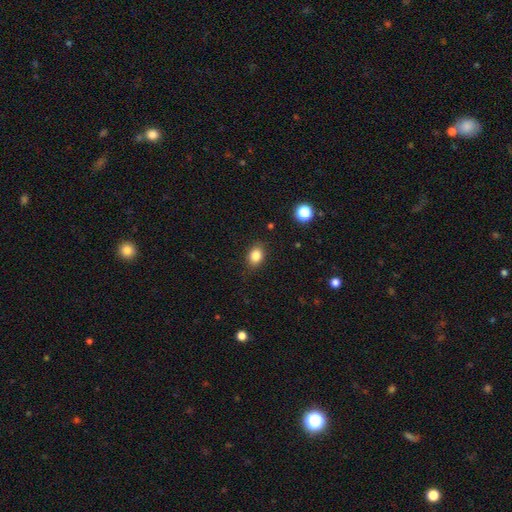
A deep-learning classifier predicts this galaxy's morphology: Smooth or featured? smooth (84%)
How rounded? in between (66%)
Merging? none (85%)